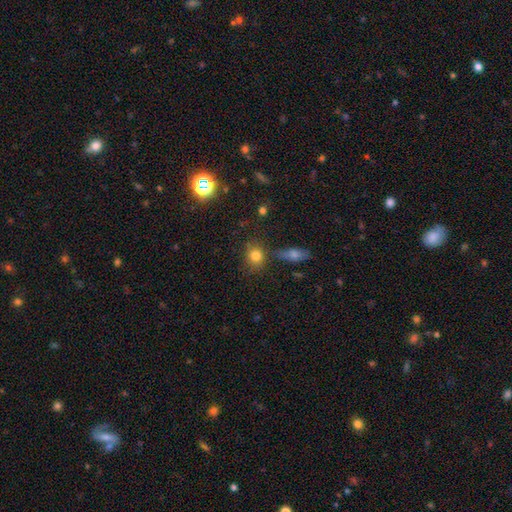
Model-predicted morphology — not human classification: This is clearly a smooth galaxy (80%). How rounded: likely round (61%). Merging: likely none (68%).